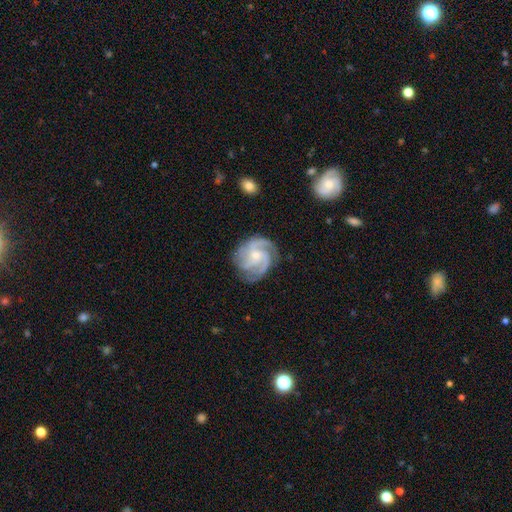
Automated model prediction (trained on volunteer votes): smooth_or_featured: featured or disk (p=0.90) [alt: smooth p=0.06]
disk_edge_on: no (p=0.98) [alt: yes p=0.02]
bar: no (p=0.63) [alt: weak p=0.32]
has_spiral_arms: yes (p=0.98) [alt: no p=0.02]
spiral_winding: tight (p=0.50) [alt: medium p=0.43]
spiral_arm_count: 3 (p=0.61) [alt: 4 p=0.13]
bulge_size: small (p=0.57) [alt: moderate p=0.36]
merging: none (p=0.76) [alt: minor disturbance p=0.17]